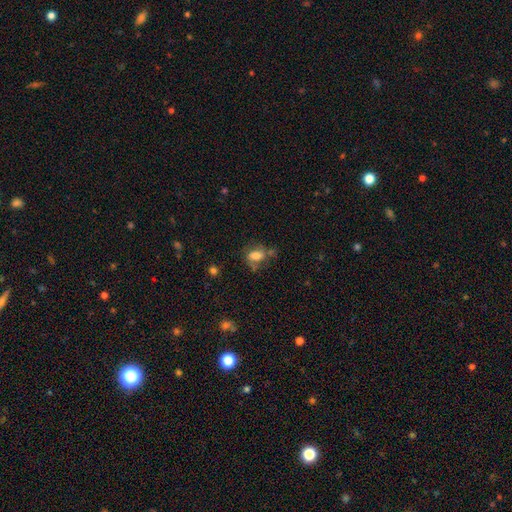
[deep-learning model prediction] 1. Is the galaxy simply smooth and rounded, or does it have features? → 65% smooth, 24% featured or disk, 11% star or artifact.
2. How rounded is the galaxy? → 77% in between, 20% round, 3% cigar-shaped.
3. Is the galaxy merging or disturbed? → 44% none, 26% minor disturbance, 18% major disturbance, 12% merger.